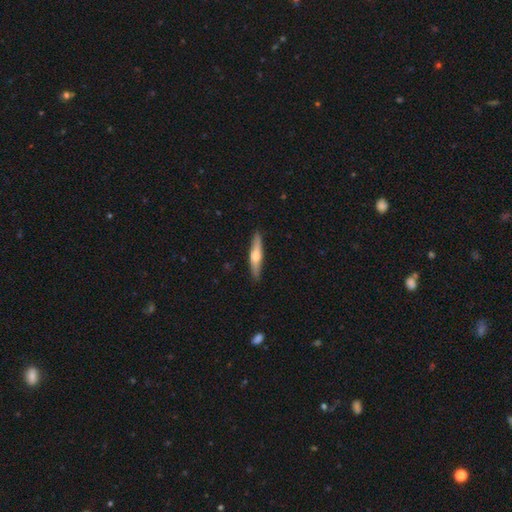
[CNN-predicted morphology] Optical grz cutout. It shows a featured or disk galaxy (50%) viewed edge-on (93%). Merging: none (90%).